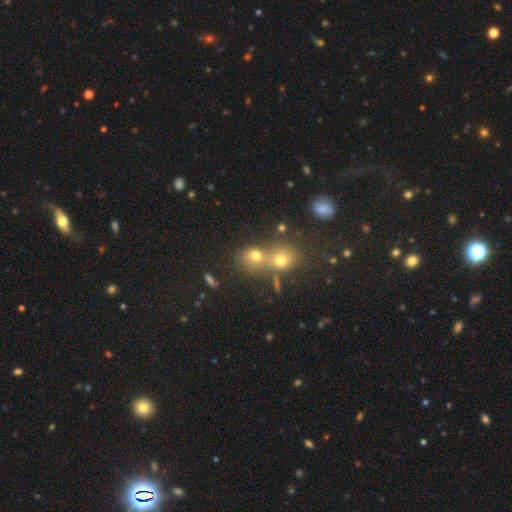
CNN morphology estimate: Q: Smooth or featured?
A: smooth (68%); runner-up: star or artifact (19%)
Q: How rounded?
A: round (71%); runner-up: in between (28%)
Q: Merging?
A: merger (51%); runner-up: none (38%)